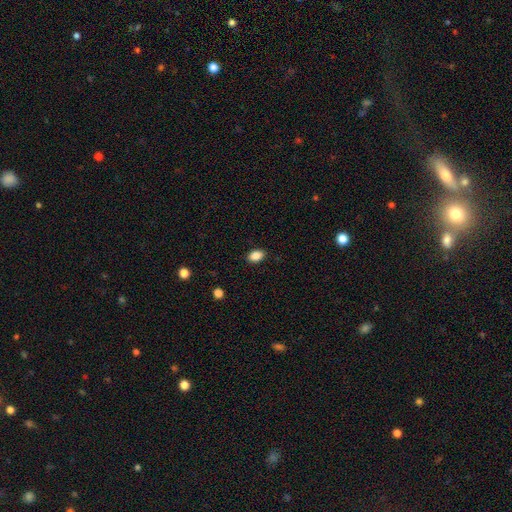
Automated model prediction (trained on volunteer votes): Morphology: type=smooth (88%); roundness=in between (83%); merging=none (89%).